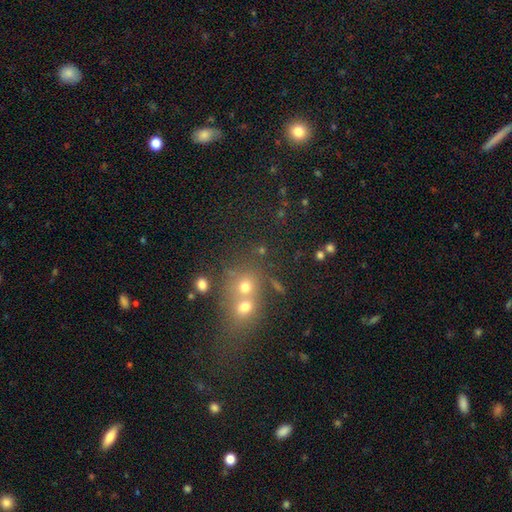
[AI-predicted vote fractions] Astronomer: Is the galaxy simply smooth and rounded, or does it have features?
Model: smooth — 45% (runner-up: star or artifact, 40%).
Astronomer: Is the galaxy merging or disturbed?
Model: merger — 43% (runner-up: none, 41%).